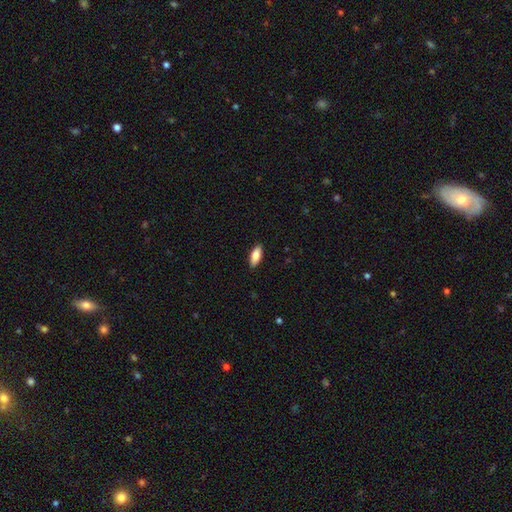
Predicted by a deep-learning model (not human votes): A smooth galaxy with no disk features (81%) that is in between round and cigar-shaped (81%). Merging: none (88%).